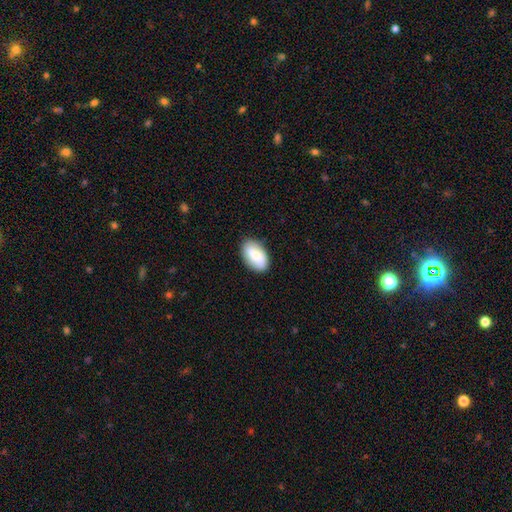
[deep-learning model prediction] This is clearly a smooth galaxy (82%). How rounded: clearly in between (94%). Merging: clearly none (86%).